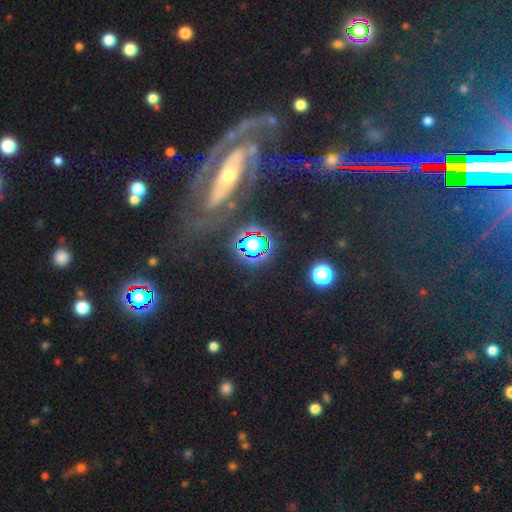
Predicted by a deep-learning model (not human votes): Overall: star or artifact (43%; featured or disk 30%).